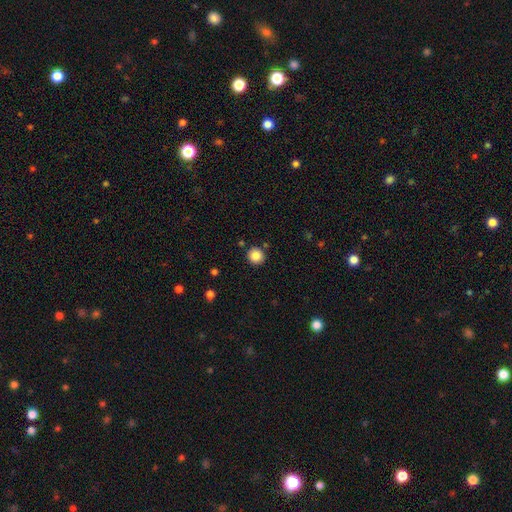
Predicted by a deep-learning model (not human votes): A smooth galaxy with no disk features (85%) that is round (94%).

Vote fractions:
- Smooth or featured? smooth: 85% / star or artifact: 10% / featured or disk: 5%
- How rounded? round: 94% / in between: 6% / cigar-shaped: 1%
- Merging? none: 89% / minor disturbance: 6% / merger: 3% / major disturbance: 2%